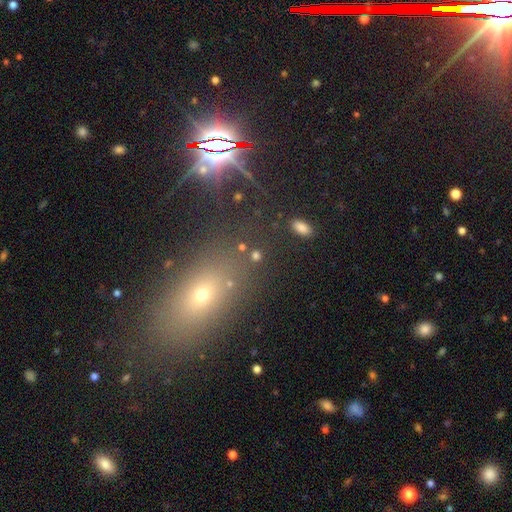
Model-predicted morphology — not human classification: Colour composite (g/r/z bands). It shows a smooth galaxy with no disk features (63%) that is in between round and cigar-shaped (48%). Merging: none (76%).